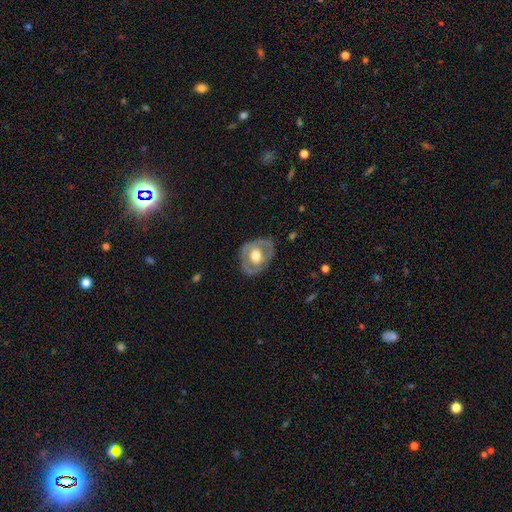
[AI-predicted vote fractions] Smooth or featured? featured or disk (65%)
Edge-on disk? no (94%)
Bar? no (68%)
Spiral arms? no (60%)
Bulge size? moderate (63%)
Merging? none (73%)